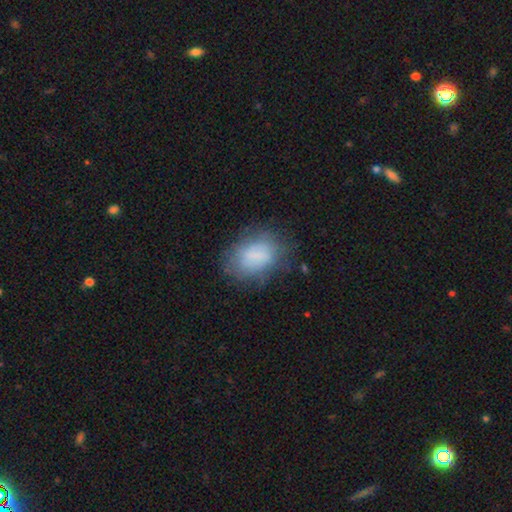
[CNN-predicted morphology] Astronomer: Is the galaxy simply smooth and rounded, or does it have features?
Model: smooth — 73%.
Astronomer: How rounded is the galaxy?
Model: in between — 75%.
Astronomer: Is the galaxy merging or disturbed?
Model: none — 64%.